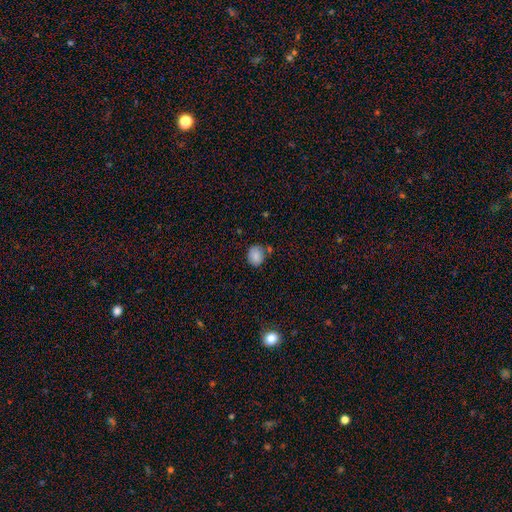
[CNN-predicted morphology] This is clearly a smooth galaxy (84%). How rounded: possibly round (58%). Merging: likely none (68%).